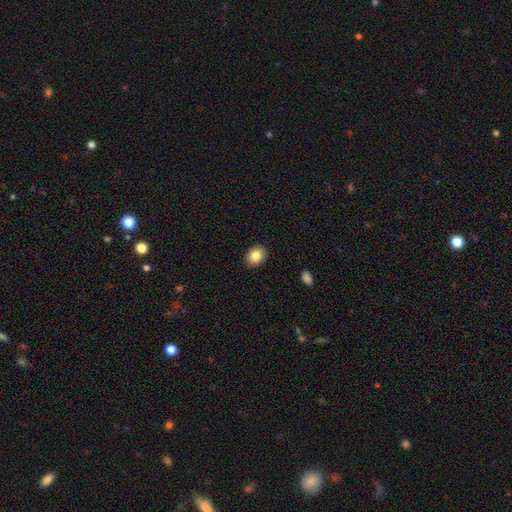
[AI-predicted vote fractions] Overall: smooth (84%). How rounded: in between (50%; round 49%). Merging: none (90%).